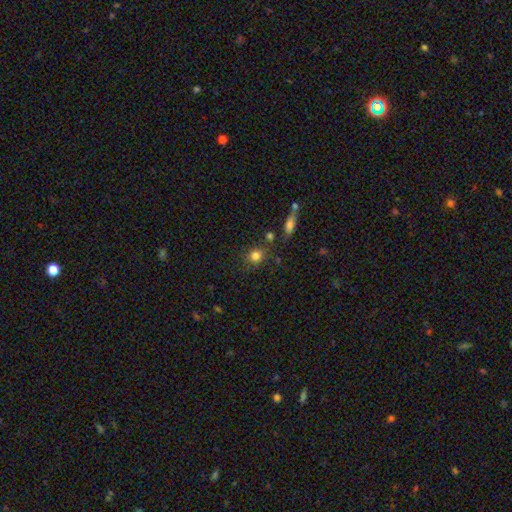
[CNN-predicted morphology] This is clearly a smooth galaxy (82%). How rounded: likely round (75%). Merging: likely none (75%).